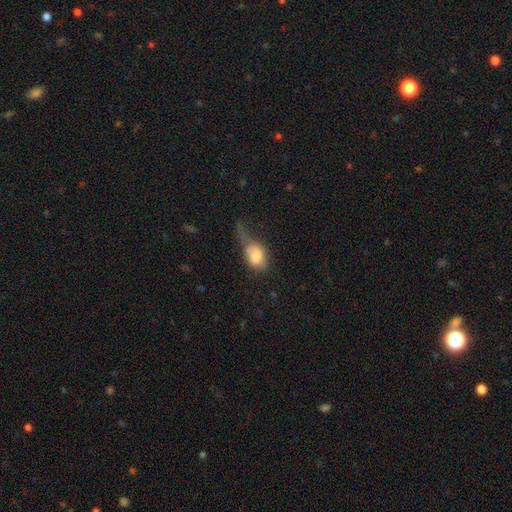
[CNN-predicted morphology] smooth-or-featured: smooth: 74% | featured or disk: 18% | star or artifact: 8%
  how-rounded: in between: 79% | round: 19% | cigar-shaped: 3%
  merging: major disturbance: 45% | minor disturbance: 26% | none: 21% | merger: 8%